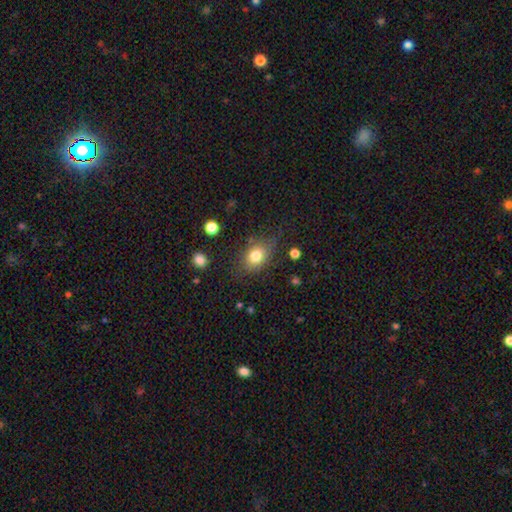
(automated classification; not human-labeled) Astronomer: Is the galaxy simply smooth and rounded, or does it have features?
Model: smooth — 79%.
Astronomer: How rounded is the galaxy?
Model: in between — 66%.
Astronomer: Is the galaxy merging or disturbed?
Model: none — 72%.